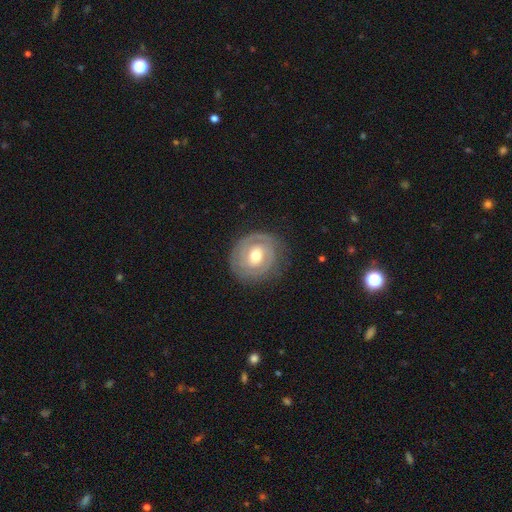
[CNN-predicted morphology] Smooth or featured: featured or disk — 76% (smooth — 19%)
Edge-on disk: no — 96% (yes — 4%)
Bar: no — 47% (weak — 40%)
Spiral arms: yes — 79% (no — 21%)
Spiral winding: tight — 76% (medium — 17%)
Spiral arm count: 2 — 40% (can't tell — 33%)
Bulge size: moderate — 73% (small — 19%)
Merging: none — 79% (minor disturbance — 14%)